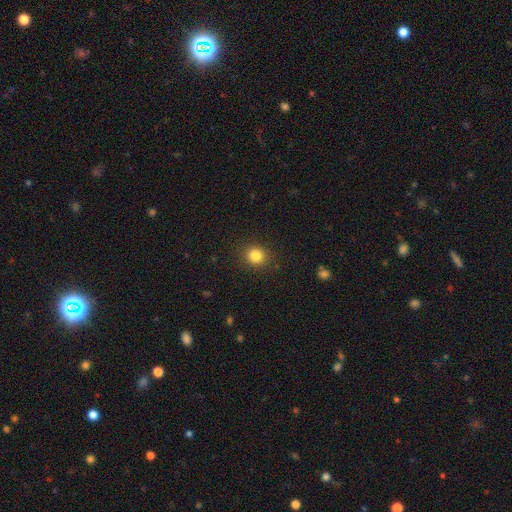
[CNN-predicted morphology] type=smooth (84%); roundness=round (84%); merging=none (90%).